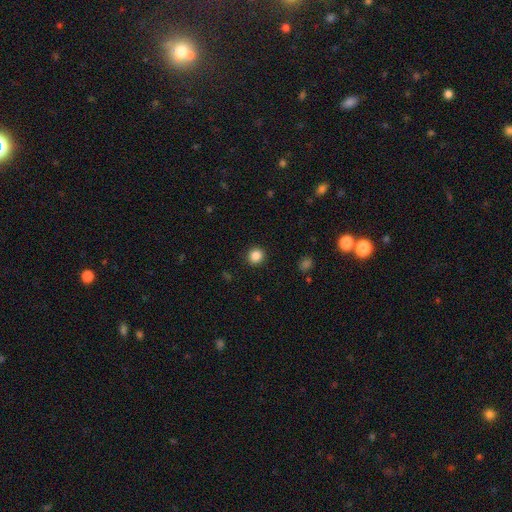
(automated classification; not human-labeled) This is clearly a smooth galaxy (86%). How rounded: clearly round (91%). Merging: clearly none (92%).